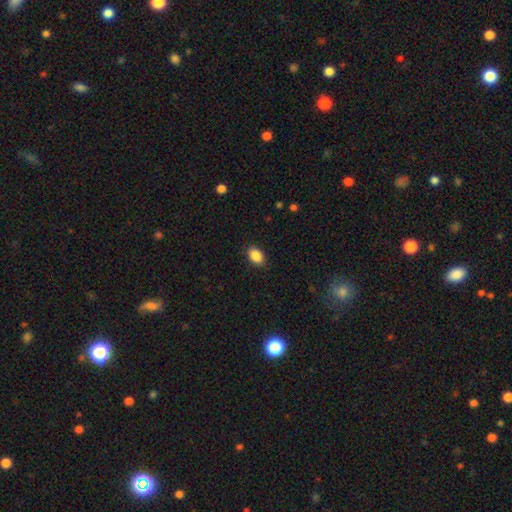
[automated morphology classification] Overall: smooth (88%). How rounded: in between (89%). Merging: none (88%).